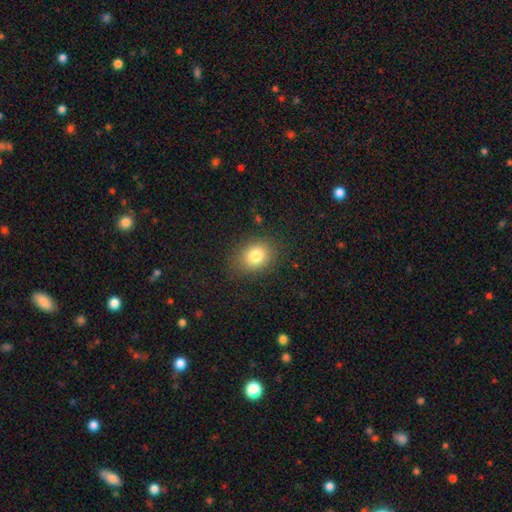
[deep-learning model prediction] The model was most divided on "how rounded": in between: 51%, round: 49%, cigar-shaped: 1%. More confident: merging — none (83%); smooth or featured — smooth (81%).